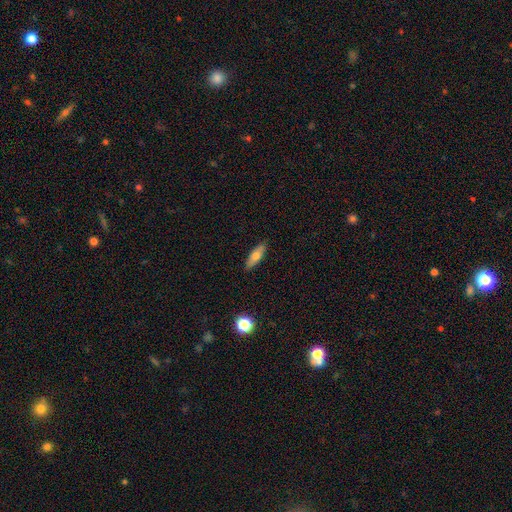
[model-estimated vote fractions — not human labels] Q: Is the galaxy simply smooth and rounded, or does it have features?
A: smooth — 68%.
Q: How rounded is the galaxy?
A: in between — 53%.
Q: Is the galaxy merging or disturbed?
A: none — 89%.